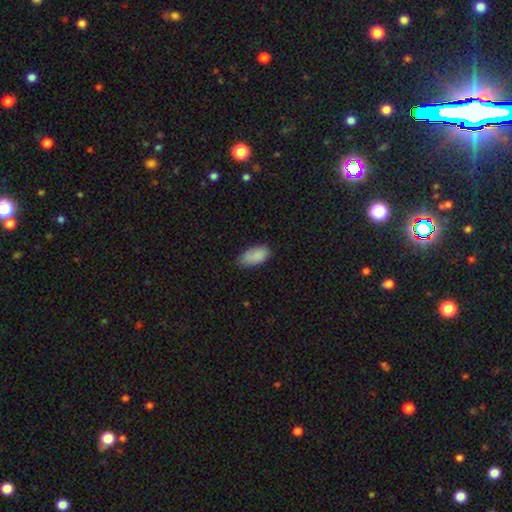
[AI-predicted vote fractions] Smooth or featured? smooth (87%)
How rounded? in between (93%)
Merging? none (71%)